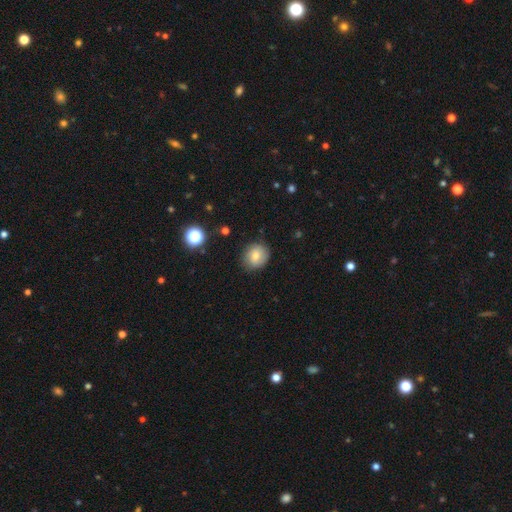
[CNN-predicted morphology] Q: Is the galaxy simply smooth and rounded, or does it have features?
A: smooth — 72%.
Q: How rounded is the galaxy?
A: round — 76%.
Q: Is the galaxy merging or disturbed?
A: none — 81%.